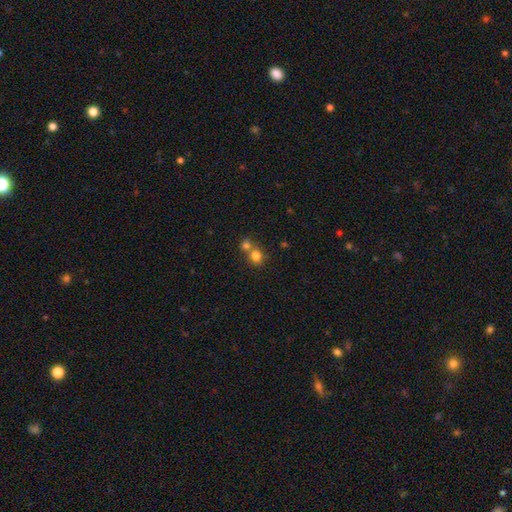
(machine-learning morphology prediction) Smooth or featured: smooth — 79% (star or artifact — 12%)
How rounded: round — 81% (in between — 18%)
Merging: merger — 50% (none — 41%)